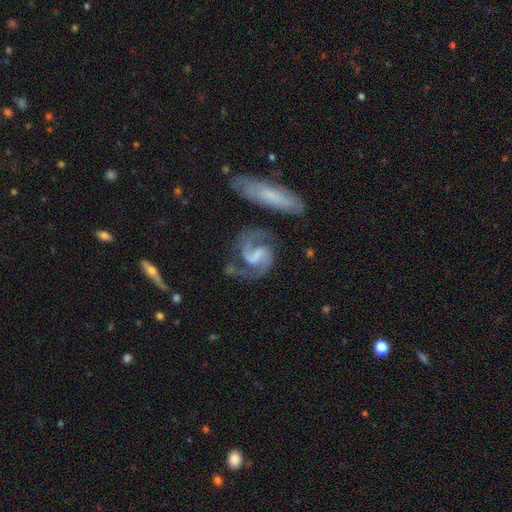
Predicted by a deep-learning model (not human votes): This is clearly a featured or disk galaxy (90%). It is clearly not viewed edge-on (98%). Bar: possibly weak (49%). Spiral arm pattern: clearly yes (98%). Spiral arm count: clearly 2 (92%). Spiral winding: likely medium (61%). Central bulge: possibly none (48%). Merging: likely none (65%).